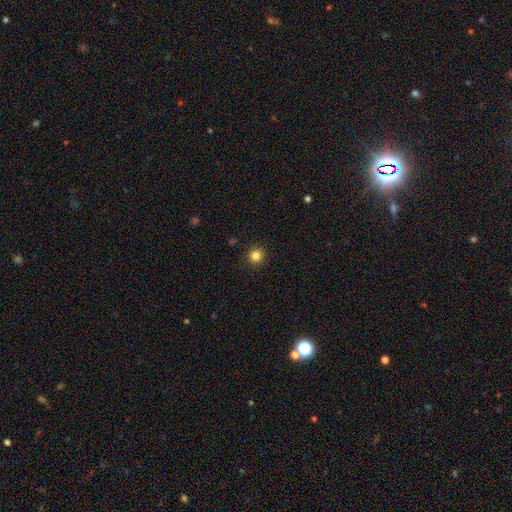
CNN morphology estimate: A smooth galaxy with no disk features (84%) that is round (95%). Merging: none (93%).